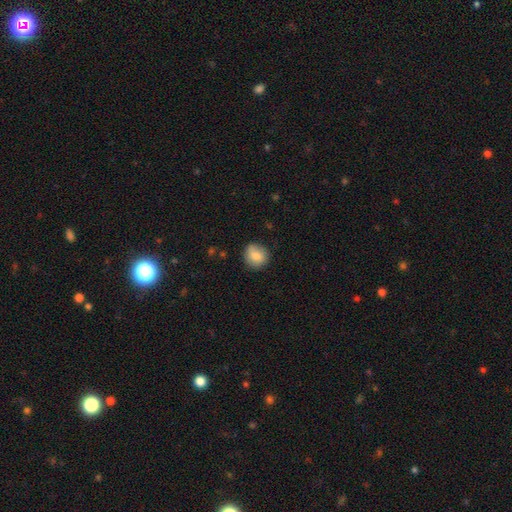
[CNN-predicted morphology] A smooth galaxy with no disk features (80%) that is round (87%). Merging: none (83%).